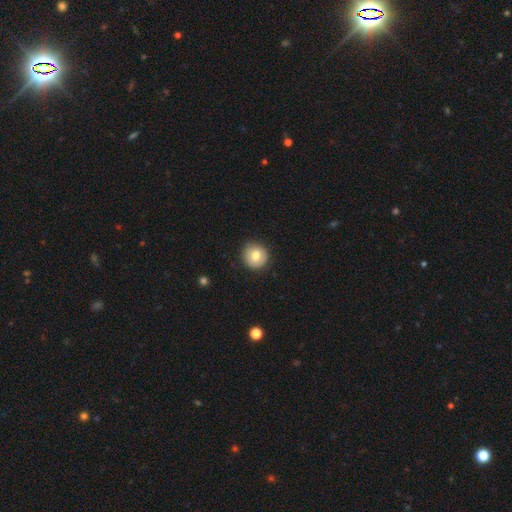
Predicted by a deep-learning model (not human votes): Q: Smooth or featured?
A: smooth (78%); runner-up: featured or disk (14%)
Q: How rounded?
A: round (93%); runner-up: in between (6%)
Q: Merging?
A: none (89%); runner-up: minor disturbance (8%)